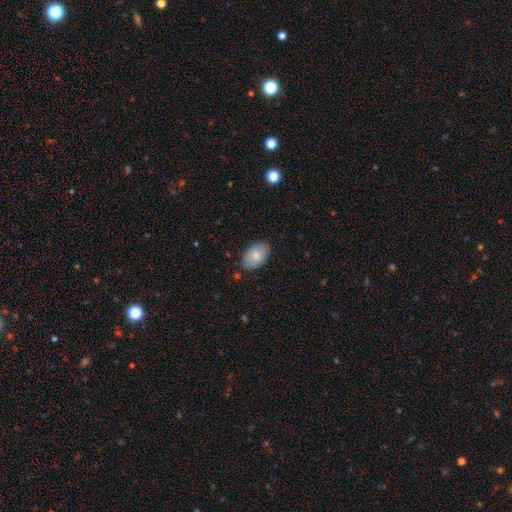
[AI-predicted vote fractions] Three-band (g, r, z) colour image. It shows a smooth galaxy with no disk features (80%) that is in between round and cigar-shaped (88%). Merging: none (82%).